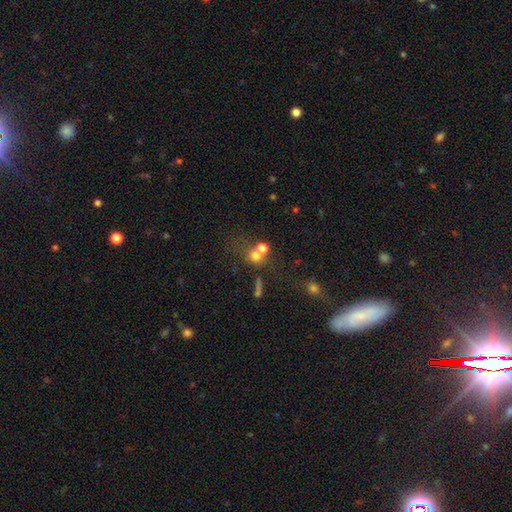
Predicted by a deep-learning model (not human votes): A smooth galaxy with no disk features (66%) that is round (76%). Merging: merger (48%).